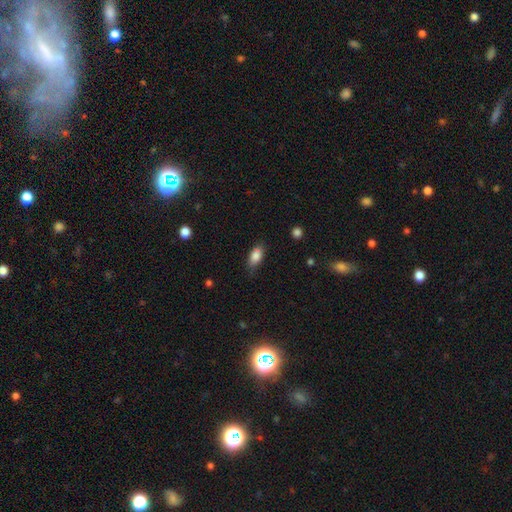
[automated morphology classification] type=smooth (84%); roundness=in between (88%); merging=none (75%).